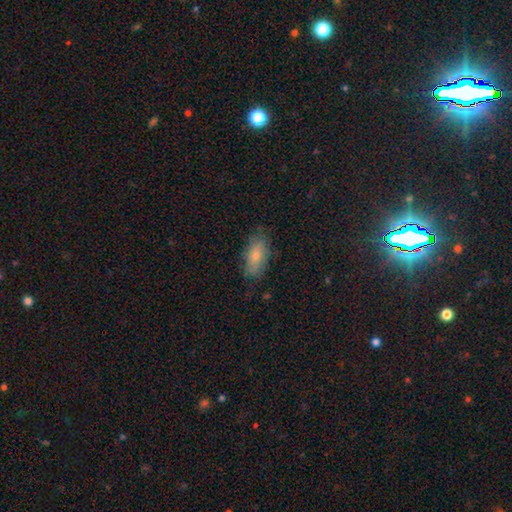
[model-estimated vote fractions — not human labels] A smooth galaxy with no disk features (78%) that is in between round and cigar-shaped (86%).

Vote fractions:
- Smooth or featured? smooth: 78% / featured or disk: 15% / star or artifact: 7%
- How rounded? in between: 86% / cigar-shaped: 11% / round: 3%
- Merging? none: 77% / minor disturbance: 17% / major disturbance: 4% / merger: 1%